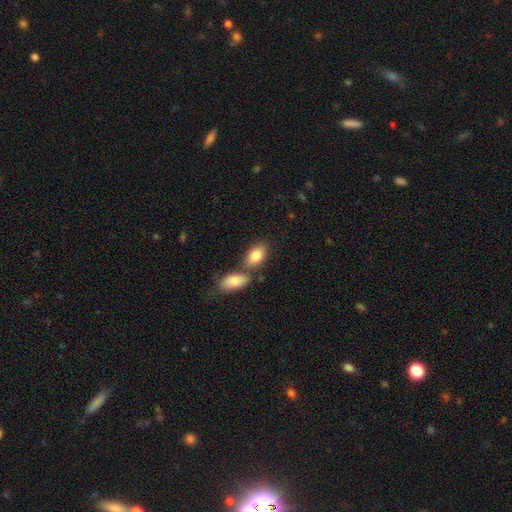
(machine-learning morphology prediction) The model was most divided on "merging": none: 51%, merger: 34%, minor disturbance: 12%, major disturbance: 4%. More confident: how rounded — in between (91%); smooth or featured — smooth (84%).